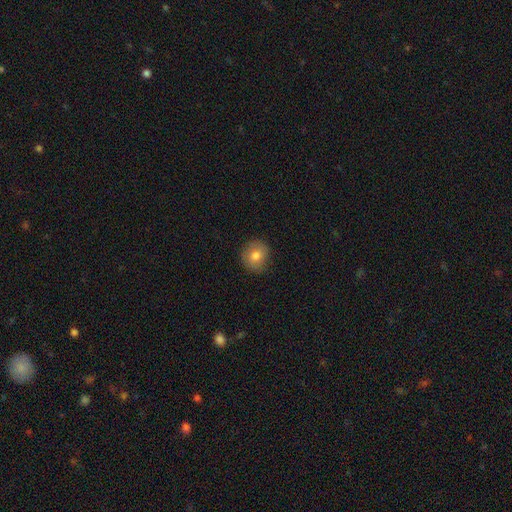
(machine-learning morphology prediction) Overall: smooth (78%). How rounded: round (84%). Merging: none (86%).